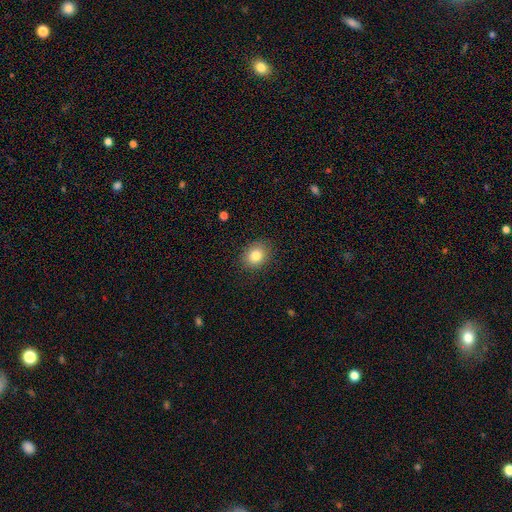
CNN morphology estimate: Smooth or featured?
  - smooth: 82% *
  - star or artifact: 10%
  - featured or disk: 8%
How rounded?
  - round: 55% *
  - in between: 44%
  - cigar-shaped: 1%
Merging?
  - none: 88% *
  - minor disturbance: 9%
  - major disturbance: 2%
  - merger: 1%